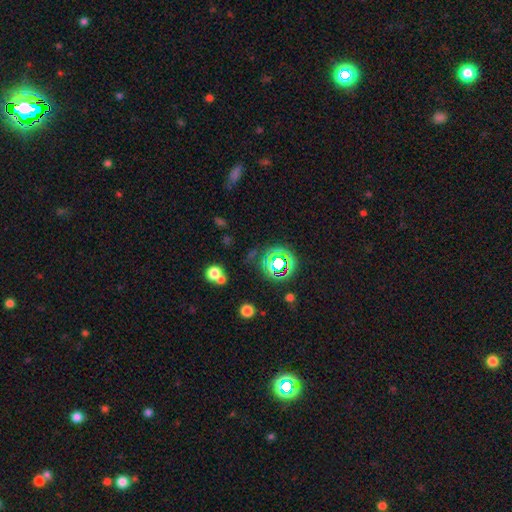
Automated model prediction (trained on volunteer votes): A star or artifact, not a galaxy (64%).